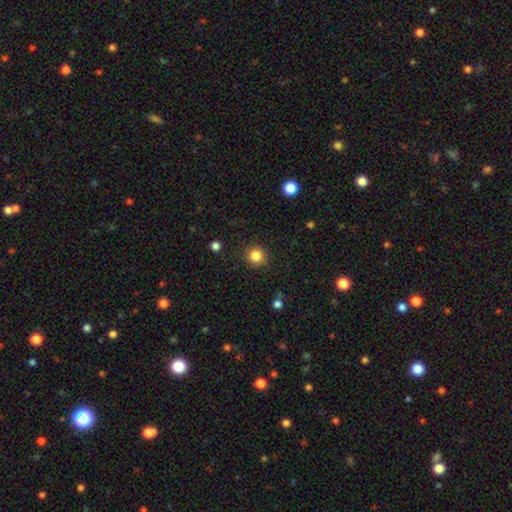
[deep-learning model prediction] Q: Smooth or featured?
A: smooth (84%); runner-up: star or artifact (11%)
Q: How rounded?
A: round (92%); runner-up: in between (7%)
Q: Merging?
A: none (91%); runner-up: minor disturbance (6%)